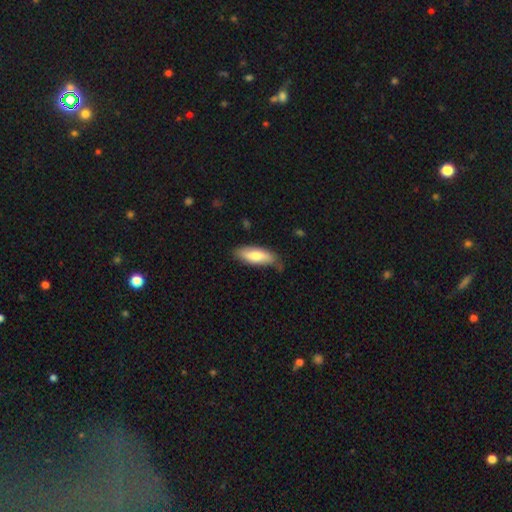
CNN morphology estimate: Smooth or featured? Predicted: smooth (p=0.72). How rounded? Predicted: in between (p=0.65). Merging? Predicted: none (p=0.71).